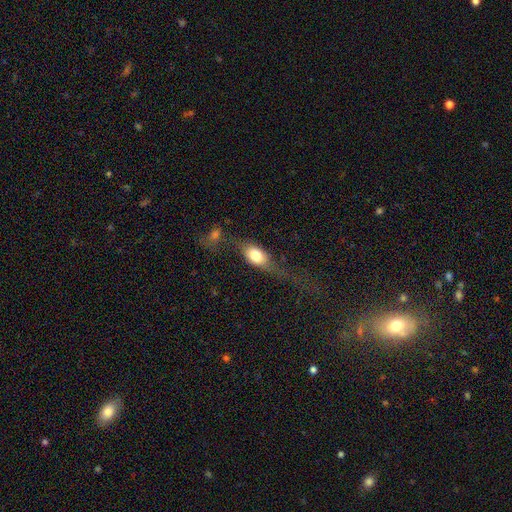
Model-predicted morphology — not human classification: A smooth galaxy with no disk features (69%) that is in between round and cigar-shaped (77%). Merging: none (36%).